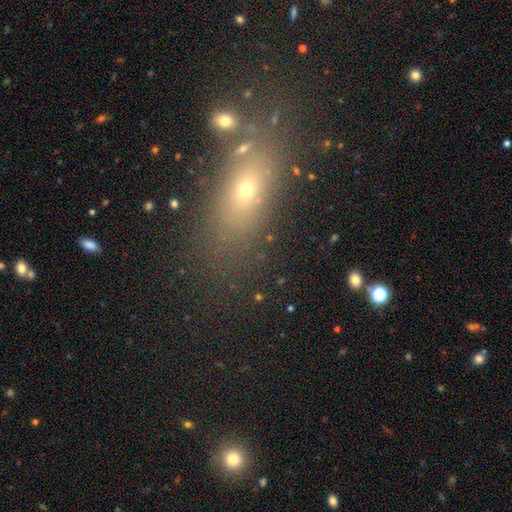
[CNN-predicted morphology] Smooth or featured? smooth (55%)
How rounded? in between (62%)
Merging? none (71%)